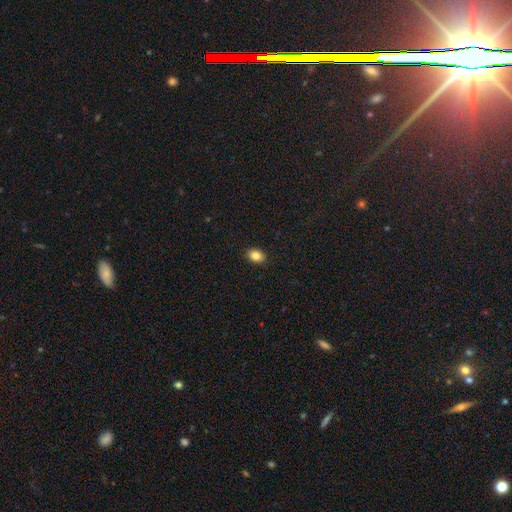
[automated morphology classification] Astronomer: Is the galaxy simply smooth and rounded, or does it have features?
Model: smooth — 86%.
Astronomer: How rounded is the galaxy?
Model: in between — 75%.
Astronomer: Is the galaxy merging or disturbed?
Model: none — 90%.